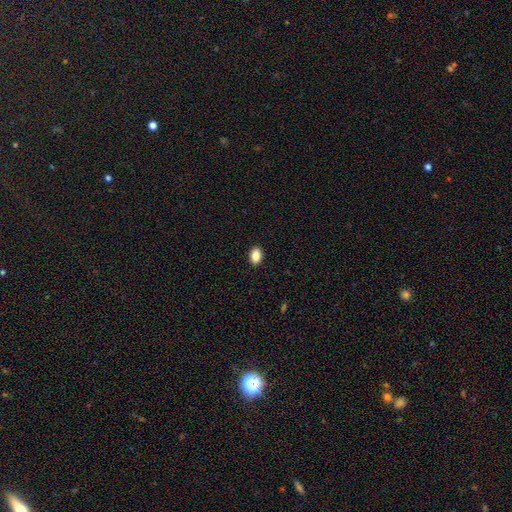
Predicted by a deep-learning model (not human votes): smooth_or_featured: smooth (p=0.88) [alt: star or artifact p=0.08]
how_rounded: in between (p=0.83) [alt: round p=0.16]
merging: none (p=0.91) [alt: minor disturbance p=0.07]